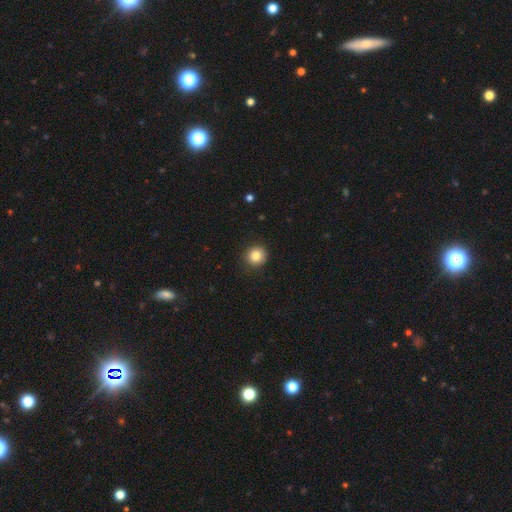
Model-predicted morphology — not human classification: smooth-or-featured: smooth: 84% | star or artifact: 10% | featured or disk: 6%
  how-rounded: round: 90% | in between: 9% | cigar-shaped: 1%
  merging: none: 87% | minor disturbance: 9% | major disturbance: 2% | merger: 1%